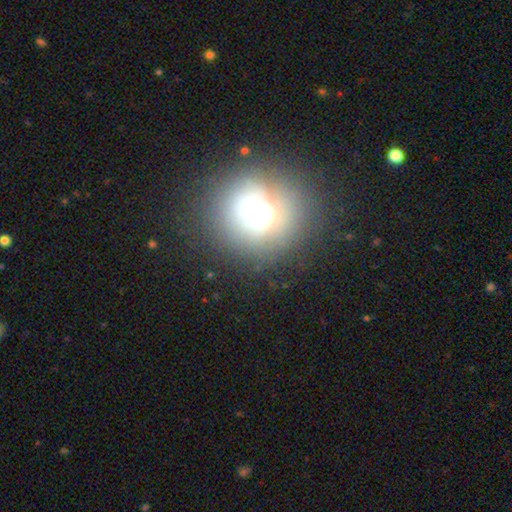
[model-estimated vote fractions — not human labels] A smooth galaxy with no disk features (57%) that is round (86%). Merging: none (77%).